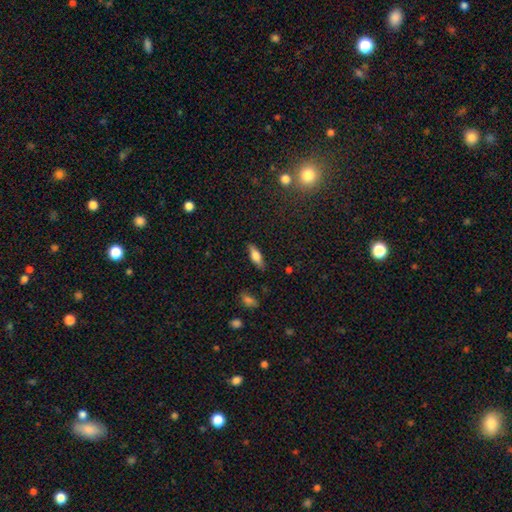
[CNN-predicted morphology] This appears to be a smooth galaxy with no disk features (64%) that is in between round and cigar-shaped (59%). Merging: none (84%).